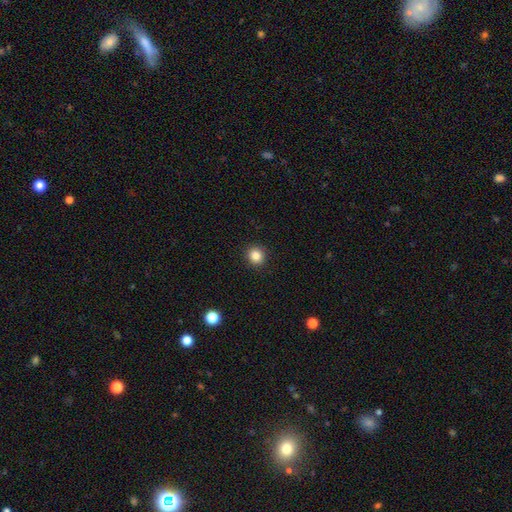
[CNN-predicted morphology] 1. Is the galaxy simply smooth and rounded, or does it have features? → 85% smooth, 11% star or artifact, 5% featured or disk.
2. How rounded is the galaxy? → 90% round, 9% in between, 1% cigar-shaped.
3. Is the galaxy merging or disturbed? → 92% none, 5% minor disturbance, 2% major disturbance, 1% merger.